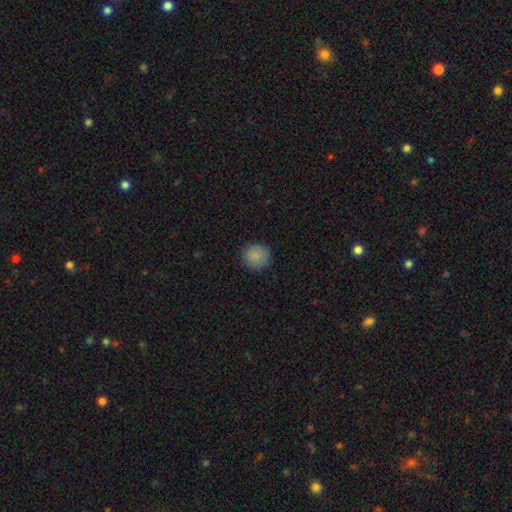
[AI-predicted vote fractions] smooth 87%, star or artifact 9%, featured or disk 5%. Down the decision tree: how rounded — round (89%); merging — none (86%).